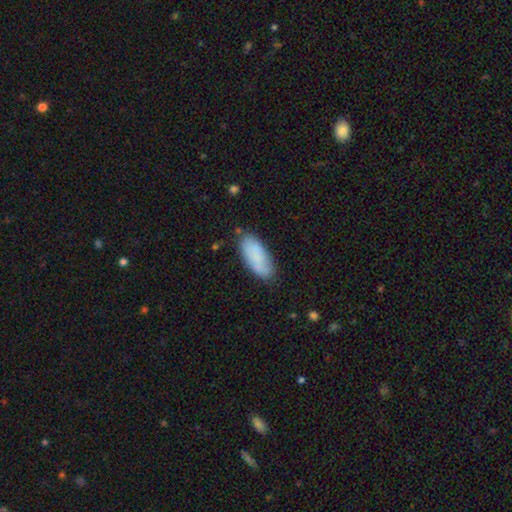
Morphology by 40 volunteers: This appears to be a smooth galaxy with no disk features (88%) that is in between round and cigar-shaped (83%). Merging: none (84%).